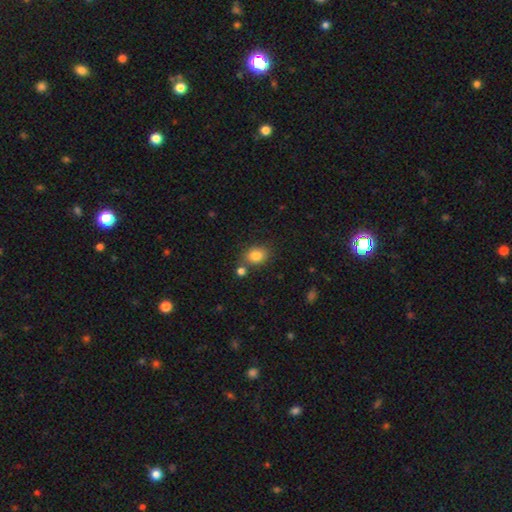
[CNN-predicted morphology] Smooth or featured?
  - smooth: 83% *
  - star or artifact: 10%
  - featured or disk: 7%
How rounded?
  - in between: 60% *
  - round: 39%
  - cigar-shaped: 1%
Merging?
  - none: 73% *
  - minor disturbance: 12%
  - merger: 12%
  - major disturbance: 3%